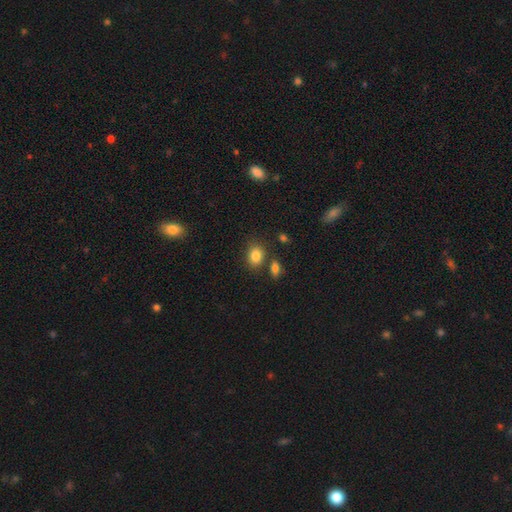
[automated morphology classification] Smooth or featured: smooth — 84% (star or artifact — 10%)
How rounded: in between — 59% (round — 40%)
Merging: none — 72% (minor disturbance — 13%)